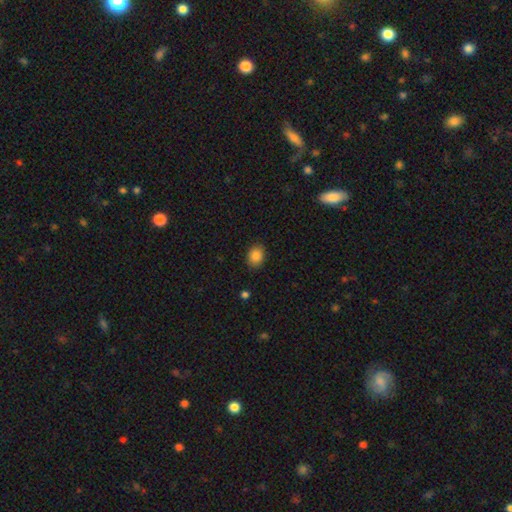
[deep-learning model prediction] Morphology: type=smooth (85%); roundness=in between (55%); merging=none (88%).